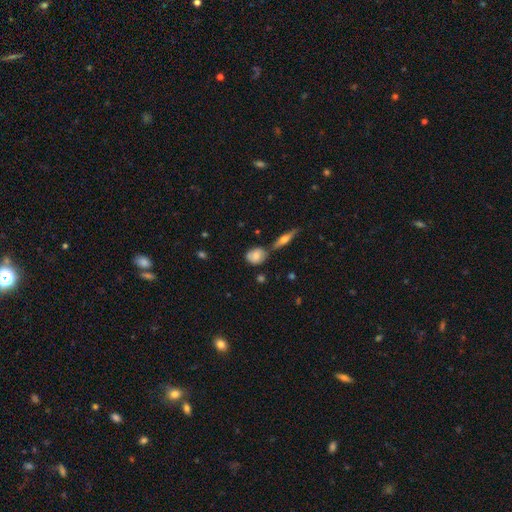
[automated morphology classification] This appears to be a smooth galaxy with no disk features (67%) that is in between round and cigar-shaped (49%). Merging: none (59%).